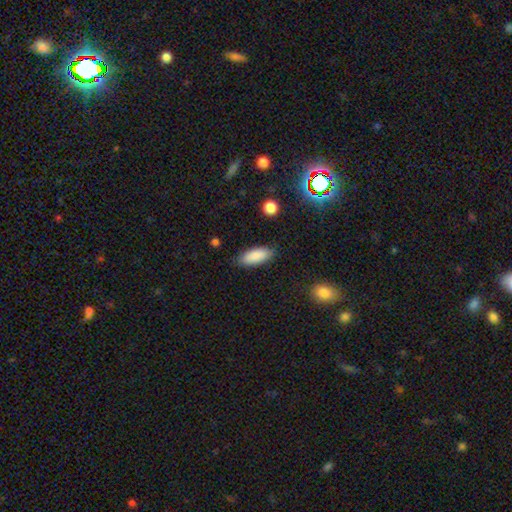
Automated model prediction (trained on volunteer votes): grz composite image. It shows a smooth galaxy with no disk features (88%) that is in between round and cigar-shaped (80%). Merging: none (85%).